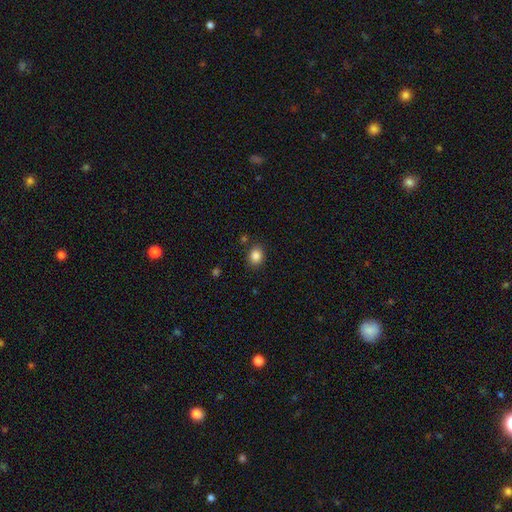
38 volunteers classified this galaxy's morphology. Smooth or featured: smooth — 92% (star or artifact — 5%)
How rounded: round — 60% (in between — 40%)
Merging: none — 89% (minor disturbance — 11%)